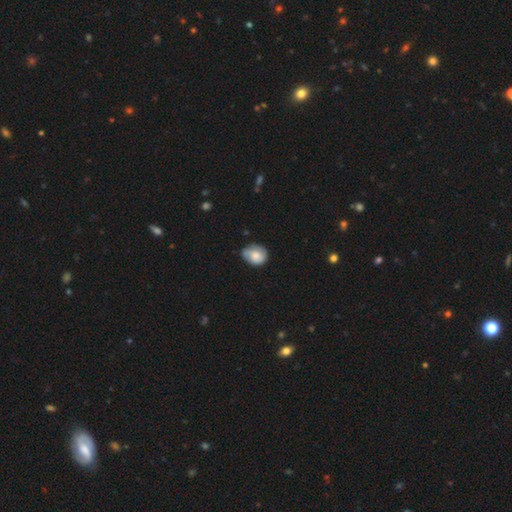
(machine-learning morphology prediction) This is likely a smooth galaxy (68%). How rounded: possibly round (52%). Merging: possibly none (58%).